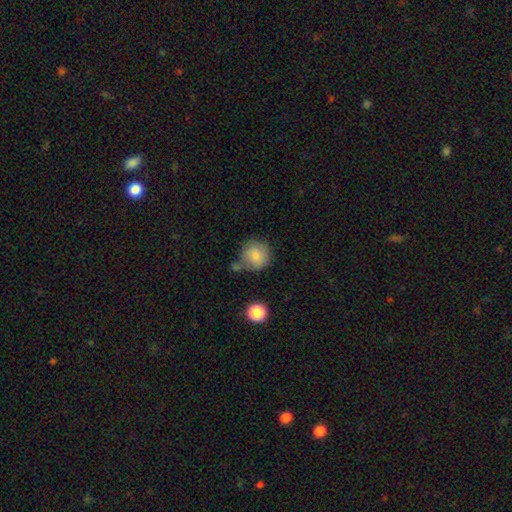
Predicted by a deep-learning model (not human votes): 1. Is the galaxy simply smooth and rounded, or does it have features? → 81% smooth, 11% featured or disk, 9% star or artifact.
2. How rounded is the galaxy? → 91% round, 8% in between, 1% cigar-shaped.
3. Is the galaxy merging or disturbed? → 58% none, 20% minor disturbance, 14% merger, 7% major disturbance.